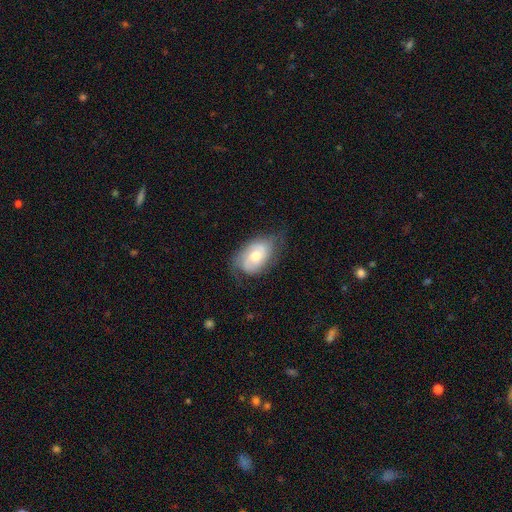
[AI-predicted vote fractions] smooth-or-featured: featured or disk: 50% | smooth: 43% | star or artifact: 7%
  merging: none: 59% | minor disturbance: 28% | major disturbance: 12% | merger: 1%